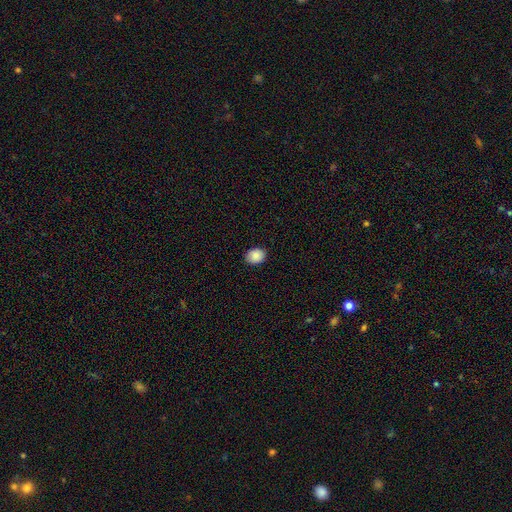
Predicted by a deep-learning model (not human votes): smooth-or-featured: smooth: 89% | star or artifact: 8% | featured or disk: 3%
  how-rounded: in between: 53% | round: 46% | cigar-shaped: 1%
  merging: none: 89% | minor disturbance: 9% | major disturbance: 2% | merger: 1%